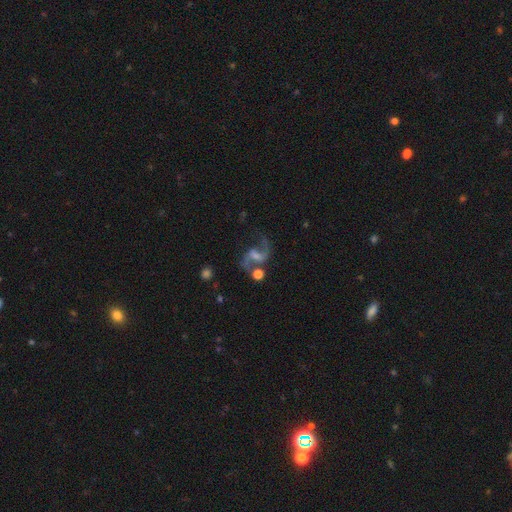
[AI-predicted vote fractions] smooth-or-featured: featured or disk: 86% | star or artifact: 7% | smooth: 7%
  disk-edge-on: no: 98% | yes: 2%
    bar: weak: 50% | strong: 28% | no: 22%
    has-spiral-arms: yes: 95% | no: 5%
      spiral-winding: loose: 68% | medium: 27% | tight: 4%
      spiral-arm-count: 2: 92% | 1: 4% | can't tell: 2% | 3: 1% | 4: 1% | more than 4: 1%
    bulge-size: small: 41% | none: 27% | moderate: 26% | large: 4% | dominant: 1%
  merging: none: 64% | minor disturbance: 15% | major disturbance: 11% | merger: 10%